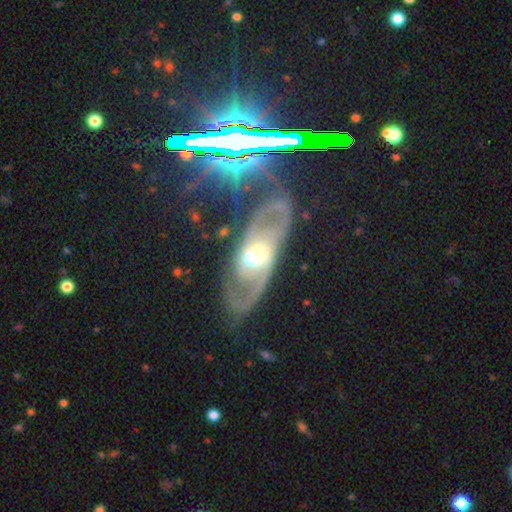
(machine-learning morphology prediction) This appears to be a featured or disk galaxy (77%) with no bar (53%), 2 (66%) medium (42%) spiral arms (78%) and a moderate central bulge (62%). Merging: none (41%).